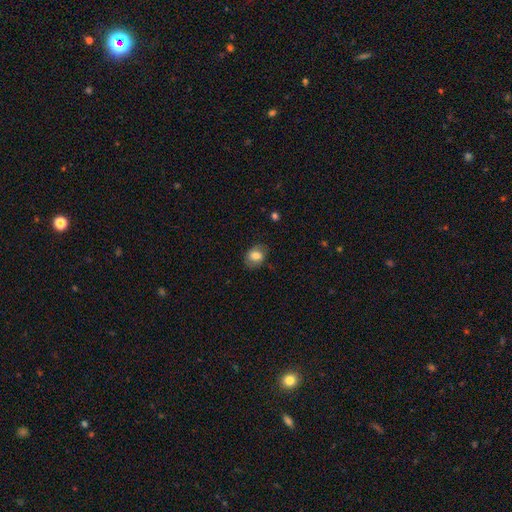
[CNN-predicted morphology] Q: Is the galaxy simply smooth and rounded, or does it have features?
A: smooth — 76%.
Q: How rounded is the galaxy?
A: in between — 64%.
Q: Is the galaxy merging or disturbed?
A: none — 76%.